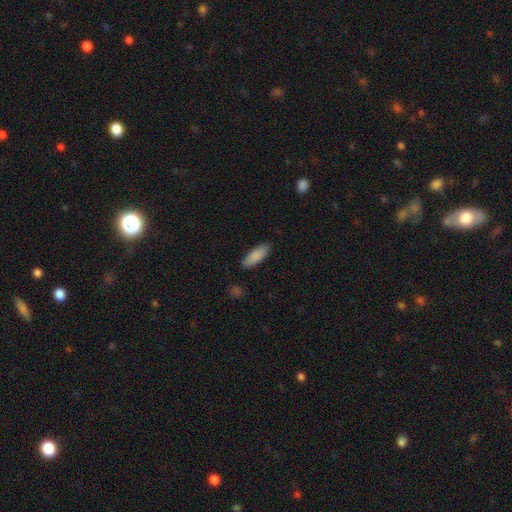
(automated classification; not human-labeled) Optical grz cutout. It shows a smooth galaxy with no disk features (88%) that is in between round and cigar-shaped (65%). Merging: none (86%).